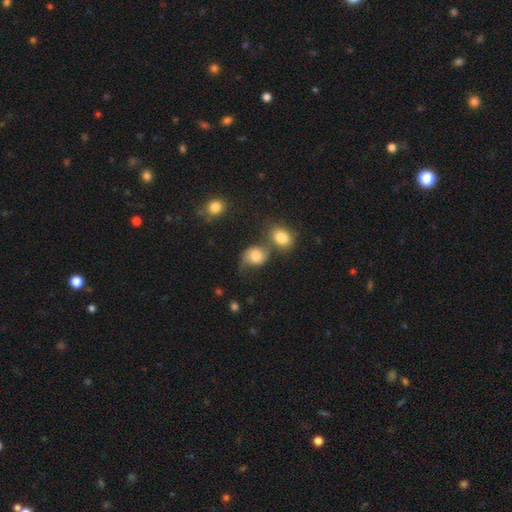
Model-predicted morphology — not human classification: A smooth galaxy with no disk features (51%) that is in between round and cigar-shaped (52%). Merging: none (39%).